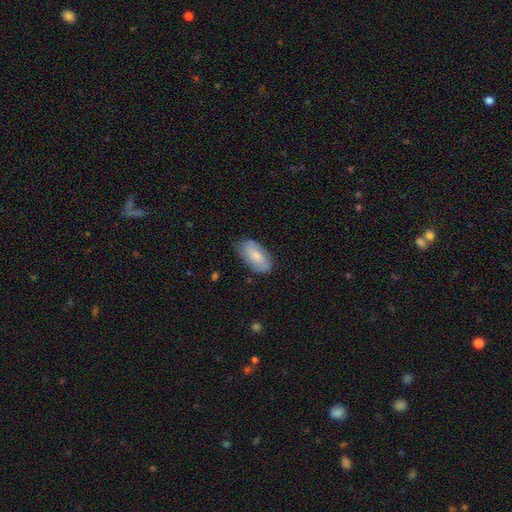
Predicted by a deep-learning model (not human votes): Q: Smooth or featured?
A: smooth (75%); runner-up: featured or disk (19%)
Q: How rounded?
A: in between (93%); runner-up: cigar-shaped (4%)
Q: Merging?
A: none (74%); runner-up: minor disturbance (21%)